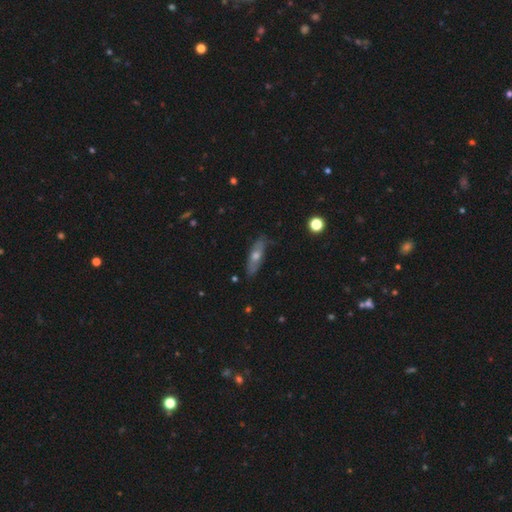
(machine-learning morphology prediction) Overall: featured or disk (48%; smooth 44%). Merging: none (81%).